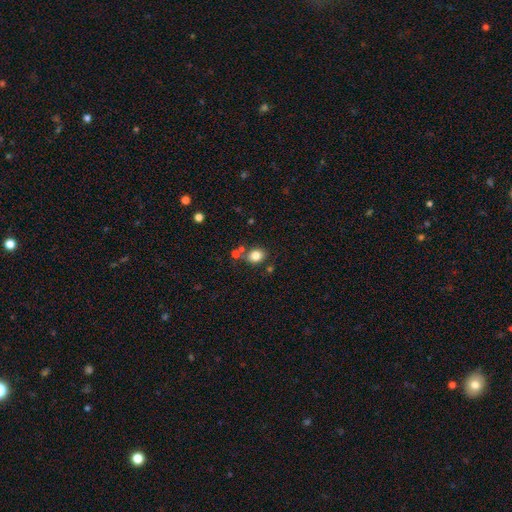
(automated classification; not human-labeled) Smooth or featured? Predicted: smooth (p=0.82). How rounded? Predicted: round (p=0.58). Merging? Predicted: none (p=0.74).